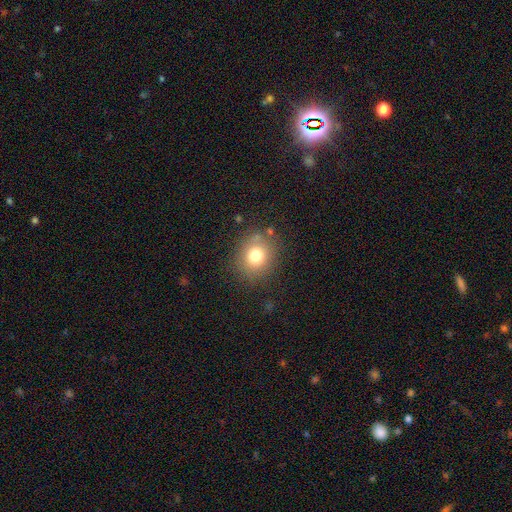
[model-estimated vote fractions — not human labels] Smooth or featured? Predicted: smooth (p=0.75). How rounded? Predicted: round (p=0.72). Merging? Predicted: none (p=0.79).